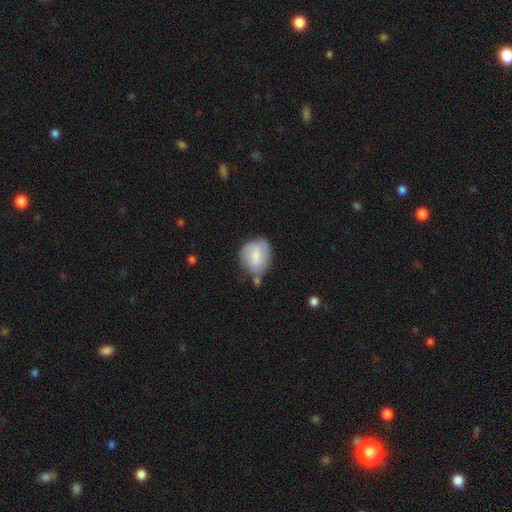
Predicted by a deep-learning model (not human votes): Morphology: type=smooth (68%); roundness=round (57%); merging=none (45%).